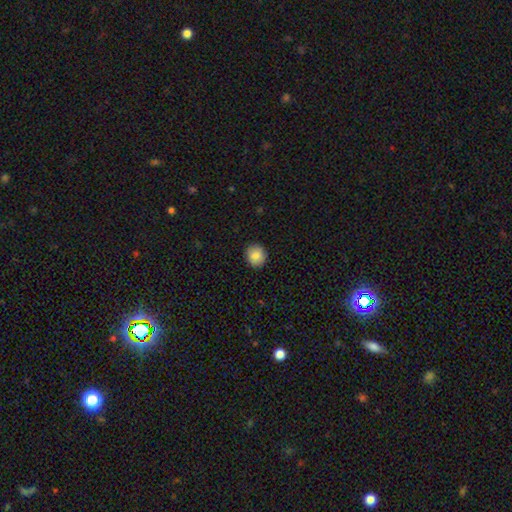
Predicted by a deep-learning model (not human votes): Q: Smooth or featured?
A: smooth (87%); runner-up: star or artifact (8%)
Q: How rounded?
A: round (82%); runner-up: in between (17%)
Q: Merging?
A: none (91%); runner-up: minor disturbance (6%)